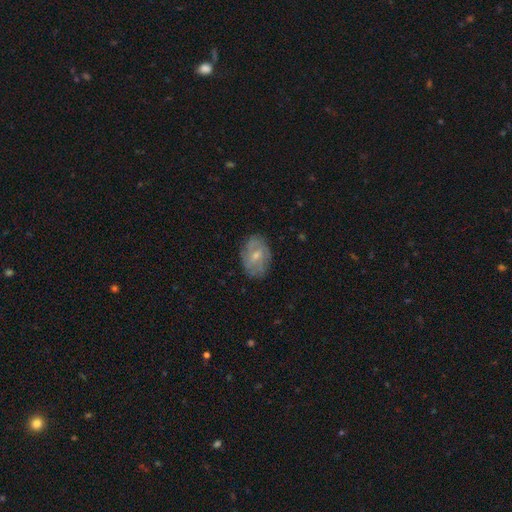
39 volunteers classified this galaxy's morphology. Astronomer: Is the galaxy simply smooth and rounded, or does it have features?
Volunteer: featured or disk — 64%.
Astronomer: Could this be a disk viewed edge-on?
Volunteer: no — 100%.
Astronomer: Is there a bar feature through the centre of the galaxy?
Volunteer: weak — 56% (runner-up: no, 32%).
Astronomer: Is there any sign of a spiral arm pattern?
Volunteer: yes — 92%.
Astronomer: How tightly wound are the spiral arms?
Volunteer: medium — 43% (runner-up: tight, 35%).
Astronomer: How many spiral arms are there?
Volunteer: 2 — 35% (runner-up: can't tell, 26%).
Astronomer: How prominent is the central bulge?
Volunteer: small — 72%.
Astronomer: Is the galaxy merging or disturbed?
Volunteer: none — 82%.